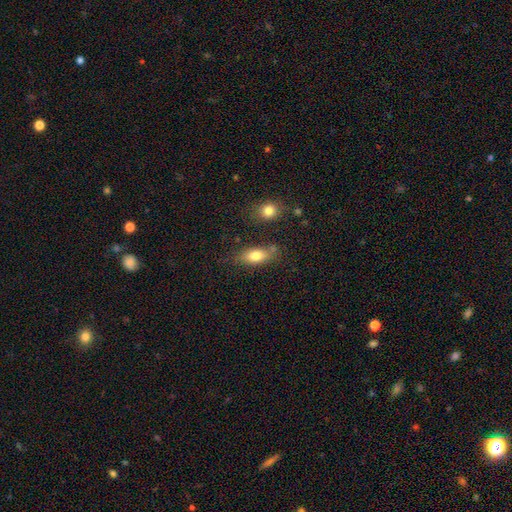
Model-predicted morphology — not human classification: smooth 79%, featured or disk 13%, star or artifact 8%. Down the decision tree: how rounded — in between (82%); merging — none (69%).